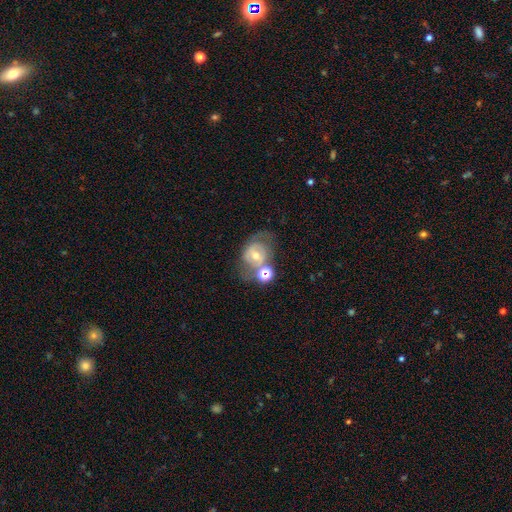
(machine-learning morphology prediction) Smooth or featured? featured or disk (55%)
Edge-on disk? no (96%)
Bar? no (45%)
Spiral arms? yes (58%)
Bulge size? moderate (56%)
Merging? none (44%)